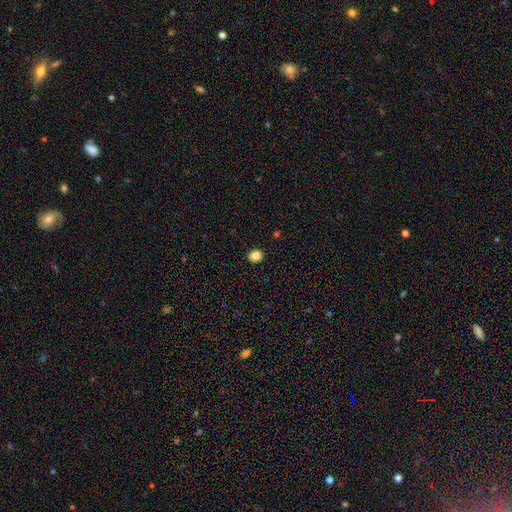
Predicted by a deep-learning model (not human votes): Q: Smooth or featured?
A: smooth (85%); runner-up: star or artifact (11%)
Q: How rounded?
A: round (73%); runner-up: in between (26%)
Q: Merging?
A: none (92%); runner-up: minor disturbance (6%)